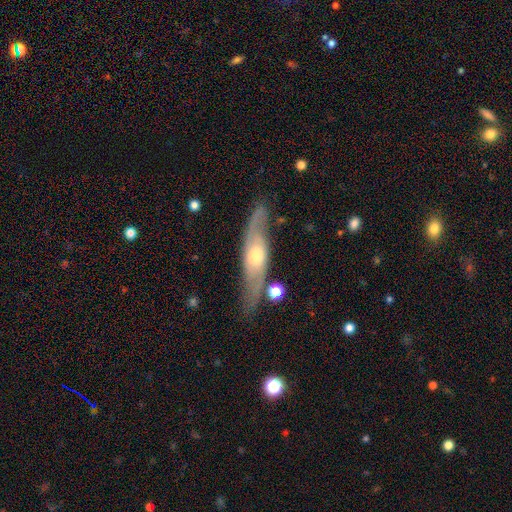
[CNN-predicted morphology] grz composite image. It shows a featured or disk galaxy (67%) viewed edge-on (57%). Merging: none (73%).